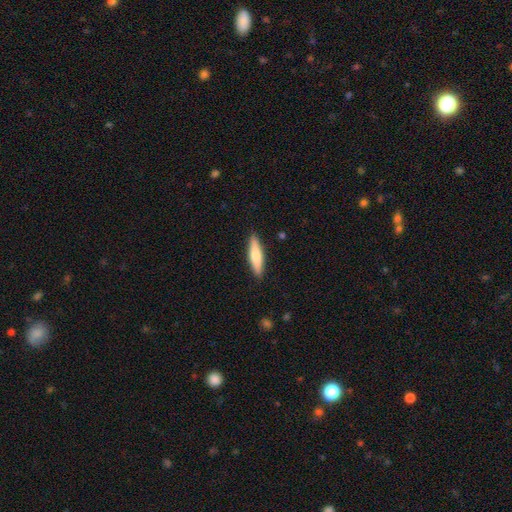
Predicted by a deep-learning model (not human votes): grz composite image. It shows a smooth galaxy with no disk features (70%) that is cigar-shaped (74%). Merging: none (89%).